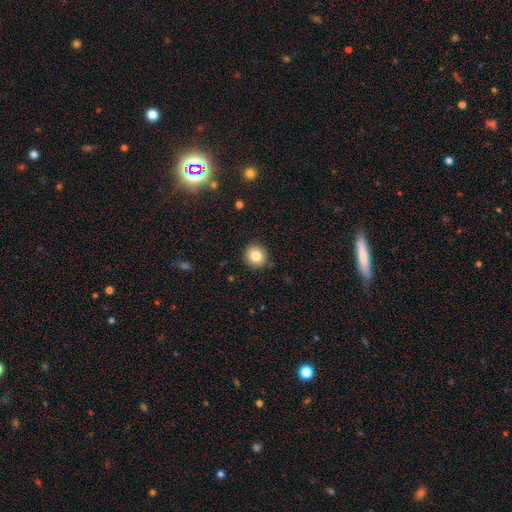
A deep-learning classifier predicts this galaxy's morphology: smooth-or-featured: smooth: 83% | star or artifact: 10% | featured or disk: 7%
  how-rounded: round: 93% | in between: 6% | cigar-shaped: 1%
  merging: none: 91% | minor disturbance: 6% | major disturbance: 2% | merger: 1%